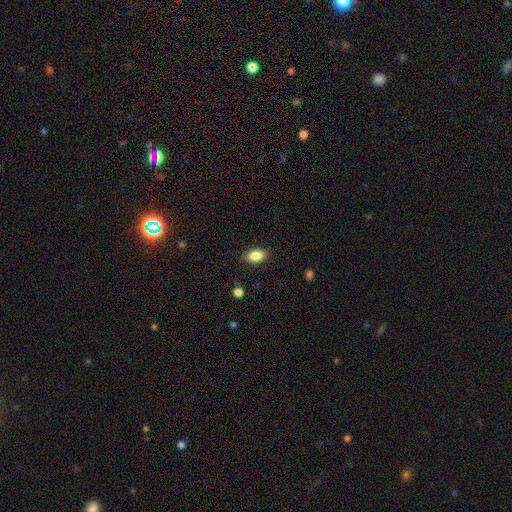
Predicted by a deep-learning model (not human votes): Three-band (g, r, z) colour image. It shows a smooth galaxy with no disk features (86%) that is in between round and cigar-shaped (85%). Merging: none (86%).